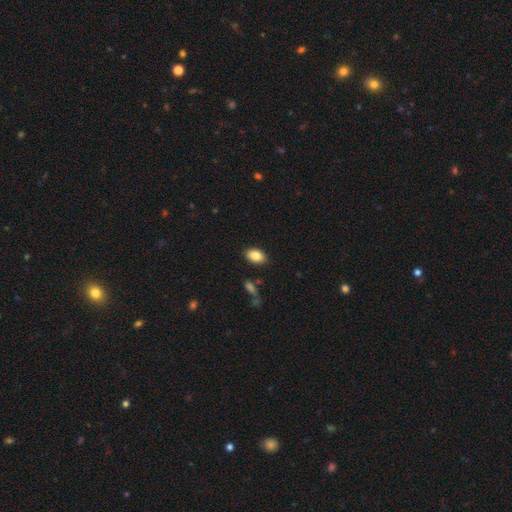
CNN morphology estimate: Smooth or featured: smooth — 85% (star or artifact — 8%)
How rounded: in between — 89% (round — 10%)
Merging: none — 87% (minor disturbance — 9%)